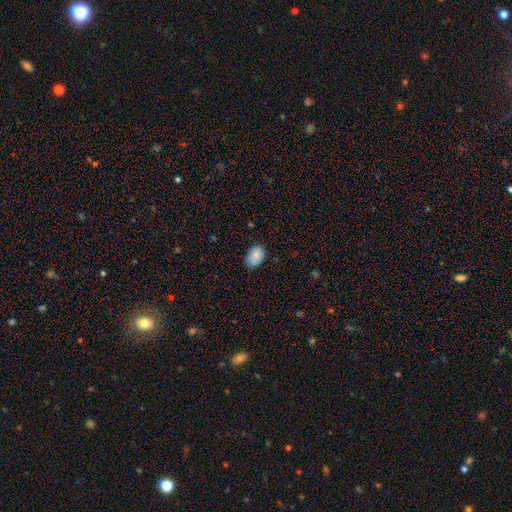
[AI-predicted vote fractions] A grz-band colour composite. It shows a smooth galaxy with no disk features (83%) that is in between round and cigar-shaped (81%). Merging: none (71%).